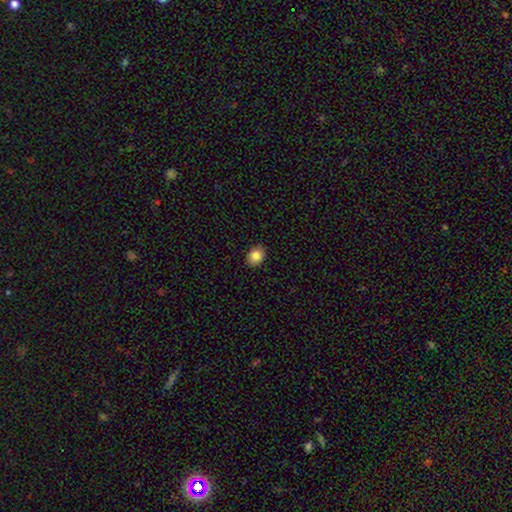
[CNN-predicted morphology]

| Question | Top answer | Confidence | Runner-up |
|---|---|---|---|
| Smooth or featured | smooth | 86% | star or artifact (9%) |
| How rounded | in between | 58% | round (41%) |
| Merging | none | 89% | minor disturbance (8%) |